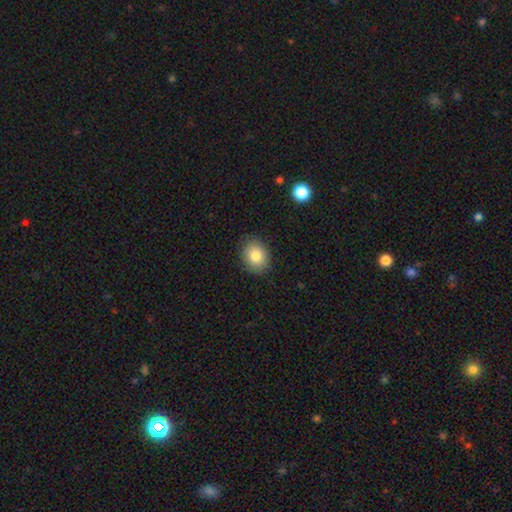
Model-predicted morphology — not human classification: smooth_or_featured: smooth (p=0.82) [alt: featured or disk p=0.09]
how_rounded: round (p=0.50) [alt: in between p=0.49]
merging: none (p=0.85) [alt: minor disturbance p=0.11]